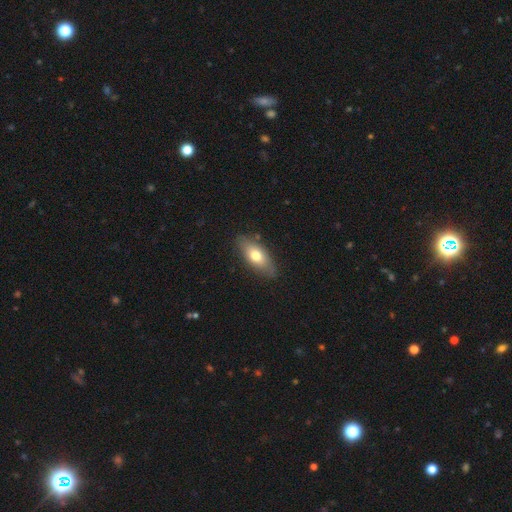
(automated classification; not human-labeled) Q: Smooth or featured?
A: smooth (69%); runner-up: featured or disk (24%)
Q: How rounded?
A: in between (80%); runner-up: cigar-shaped (17%)
Q: Merging?
A: none (82%); runner-up: minor disturbance (14%)